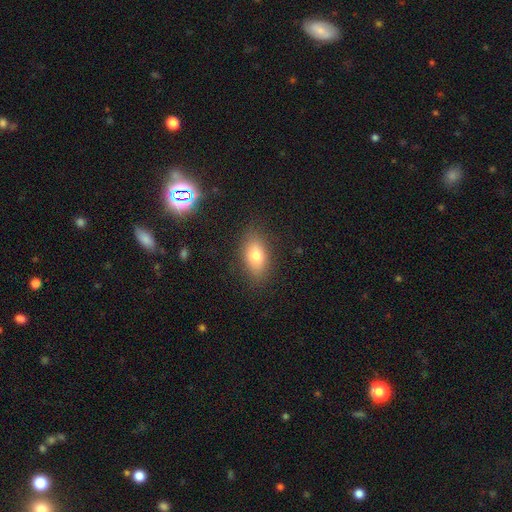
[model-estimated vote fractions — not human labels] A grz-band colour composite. It shows a smooth galaxy with no disk features (76%) that is in between round and cigar-shaped (86%). Merging: none (84%).